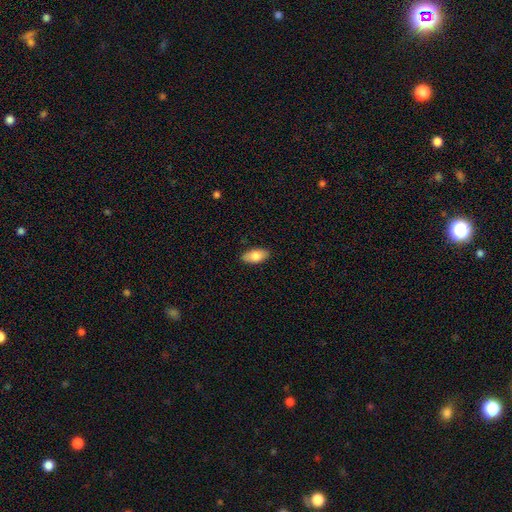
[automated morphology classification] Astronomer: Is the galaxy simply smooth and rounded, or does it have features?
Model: smooth — 81%.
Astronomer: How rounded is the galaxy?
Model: in between — 91%.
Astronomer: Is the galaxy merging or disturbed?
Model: none — 87%.